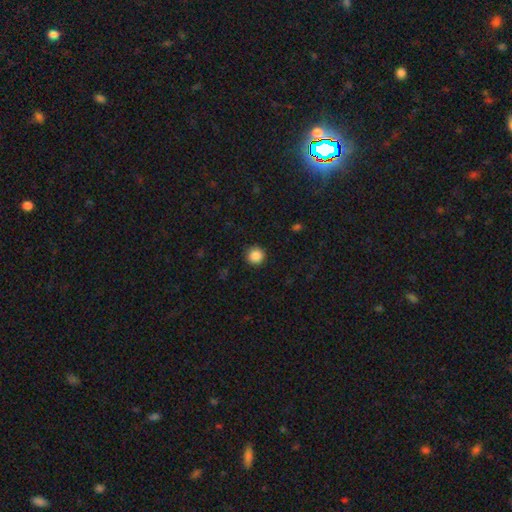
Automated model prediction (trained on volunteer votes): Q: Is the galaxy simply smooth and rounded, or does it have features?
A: smooth — 87%.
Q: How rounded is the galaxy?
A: round — 95%.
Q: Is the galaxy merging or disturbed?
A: none — 92%.